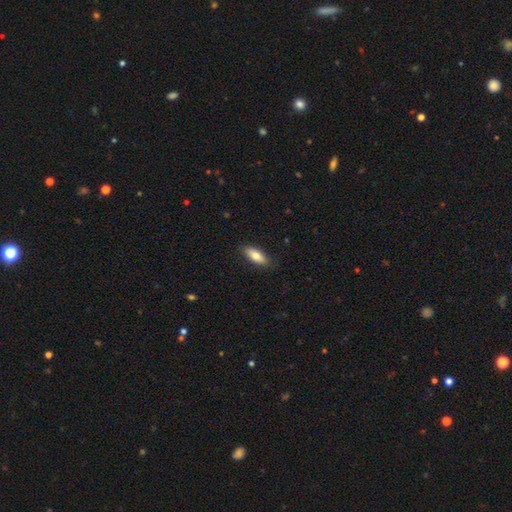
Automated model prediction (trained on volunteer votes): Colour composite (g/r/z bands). It shows a smooth galaxy with no disk features (77%) that is in between round and cigar-shaped (72%). Merging: none (86%).